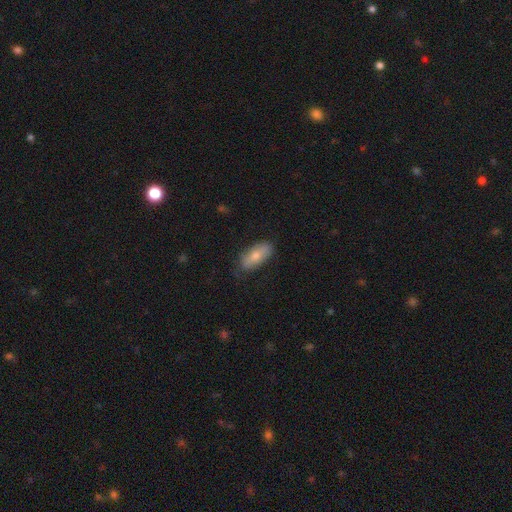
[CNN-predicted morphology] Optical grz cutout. It shows a smooth galaxy with no disk features (70%) that is in between round and cigar-shaped (87%). Merging: none (76%).